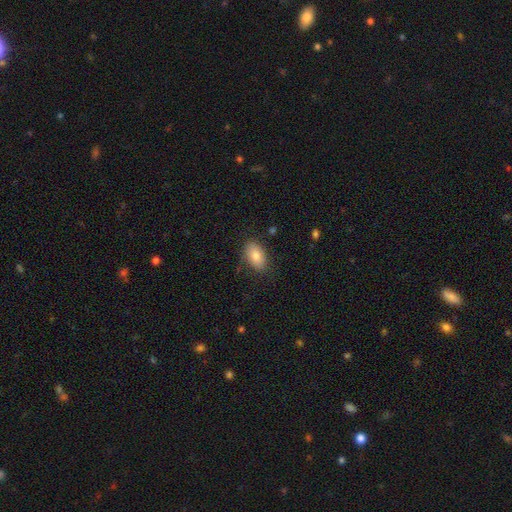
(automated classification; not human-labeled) smooth 81%, featured or disk 12%, star or artifact 8%. Down the decision tree: how rounded — in between (92%); merging — none (79%).